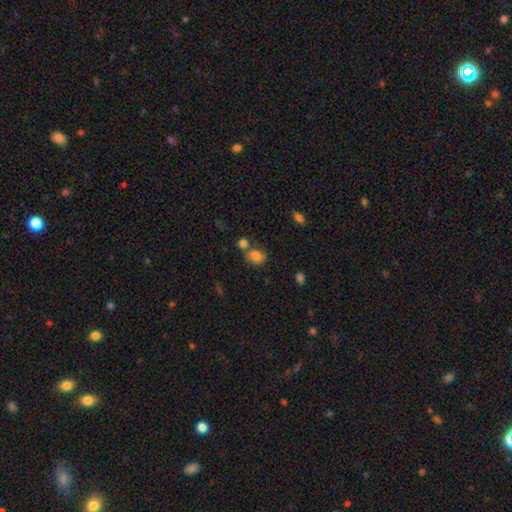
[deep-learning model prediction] This is likely a smooth galaxy (73%). How rounded: possibly in between (58%). Merging: possibly none (54%).